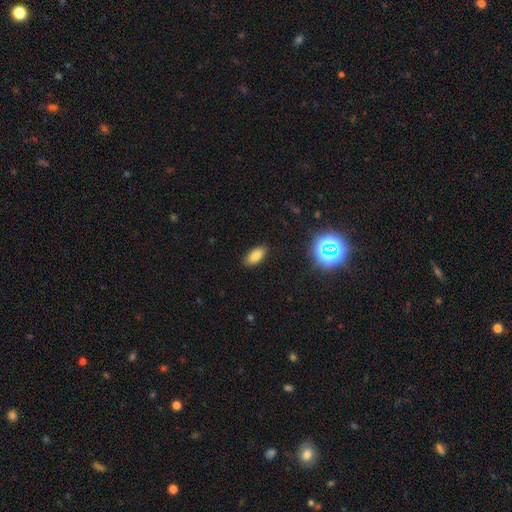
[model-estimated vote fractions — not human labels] Smooth or featured?
  - smooth: 81% *
  - star or artifact: 13%
  - featured or disk: 6%
How rounded?
  - in between: 91% *
  - cigar-shaped: 5%
  - round: 4%
Merging?
  - none: 87% *
  - minor disturbance: 10%
  - major disturbance: 2%
  - merger: 1%